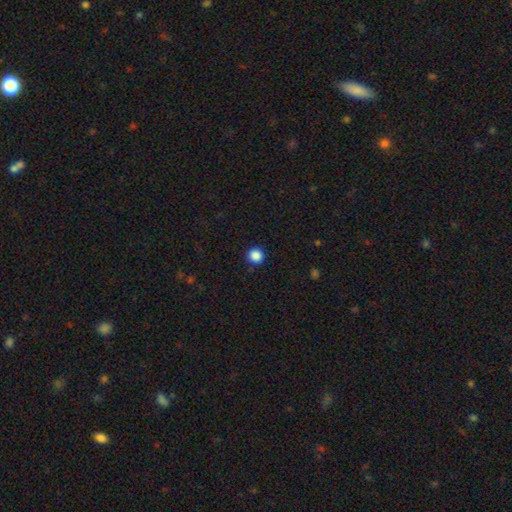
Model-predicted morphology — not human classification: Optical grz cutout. It shows a smooth galaxy with no disk features (87%) that is round (95%). Merging: none (92%).